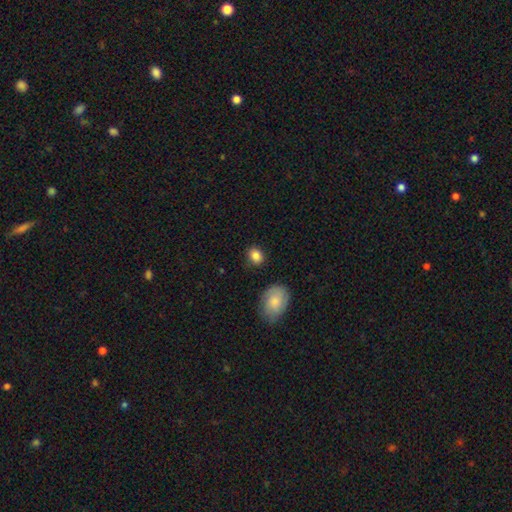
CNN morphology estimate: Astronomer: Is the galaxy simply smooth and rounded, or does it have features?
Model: smooth — 87%.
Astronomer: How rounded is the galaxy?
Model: round — 56% (runner-up: in between, 43%).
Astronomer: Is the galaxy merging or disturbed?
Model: none — 83%.